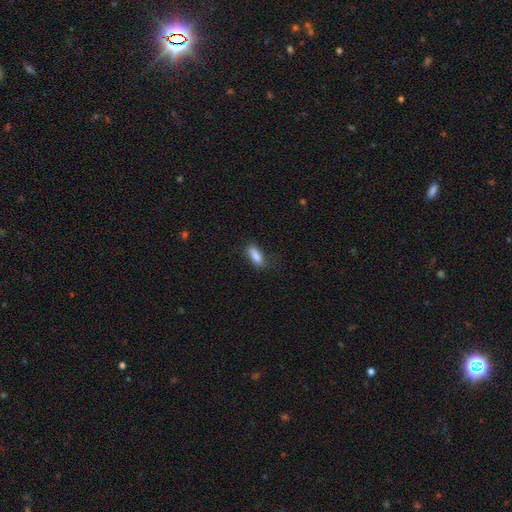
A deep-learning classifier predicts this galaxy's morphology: This appears to be a smooth galaxy with no disk features (86%) that is in between round and cigar-shaped (70%). Merging: none (70%).